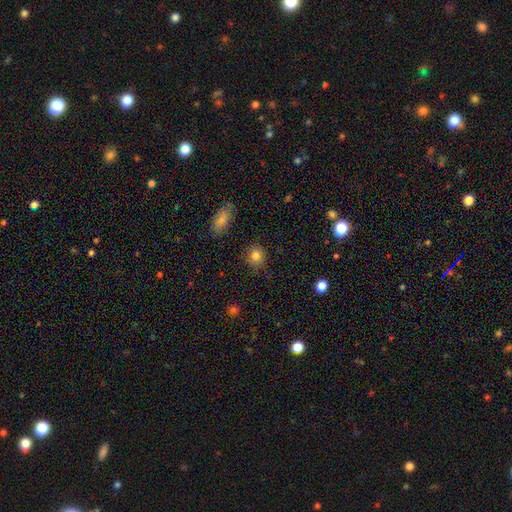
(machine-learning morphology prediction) Smooth or featured: smooth — 84% (star or artifact — 10%)
How rounded: round — 80% (in between — 19%)
Merging: none — 84% (minor disturbance — 12%)